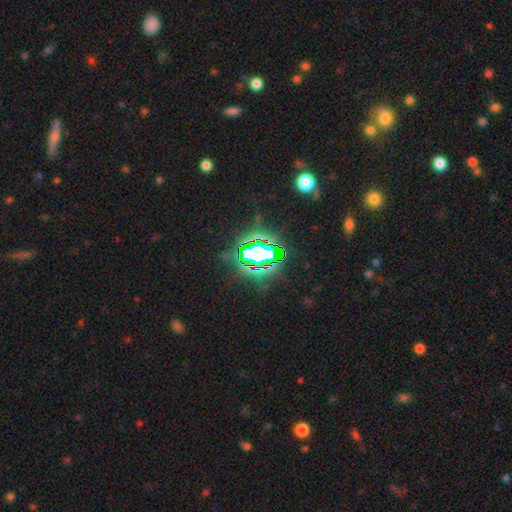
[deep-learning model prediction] A star or artifact, not a galaxy (81%).